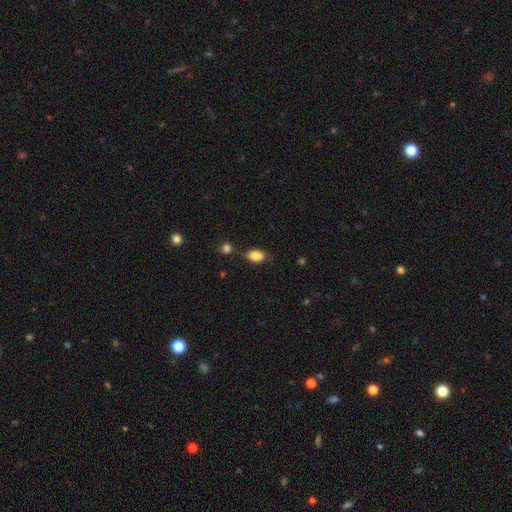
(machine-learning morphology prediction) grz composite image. It shows a smooth galaxy with no disk features (86%) that is in between round and cigar-shaped (85%). Merging: none (75%).